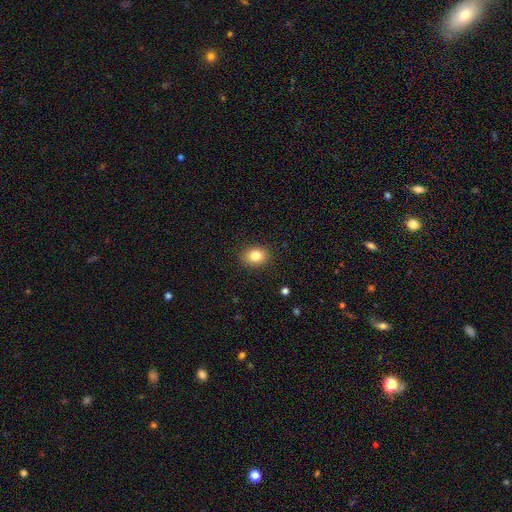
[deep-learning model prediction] Overall: smooth (83%). How rounded: round (50%; in between 49%). Merging: none (89%).